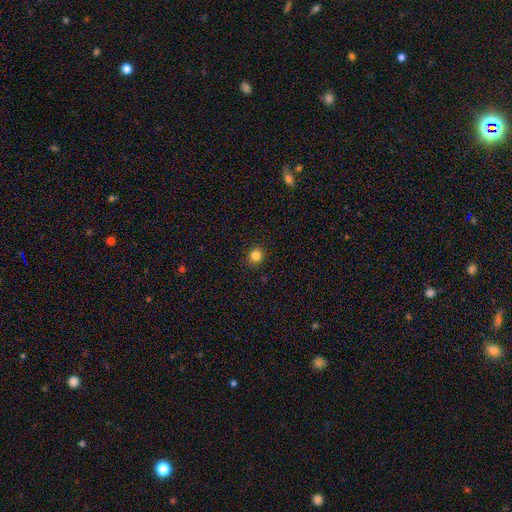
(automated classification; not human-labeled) smooth 83%, star or artifact 13%, featured or disk 4%. Down the decision tree: how rounded — round (88%); merging — none (92%).